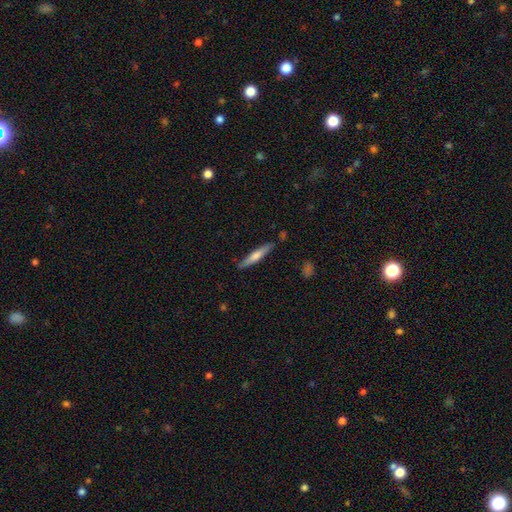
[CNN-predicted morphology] Q: Smooth or featured?
A: smooth (50%); runner-up: featured or disk (45%)
Q: Merging?
A: none (85%); runner-up: minor disturbance (11%)